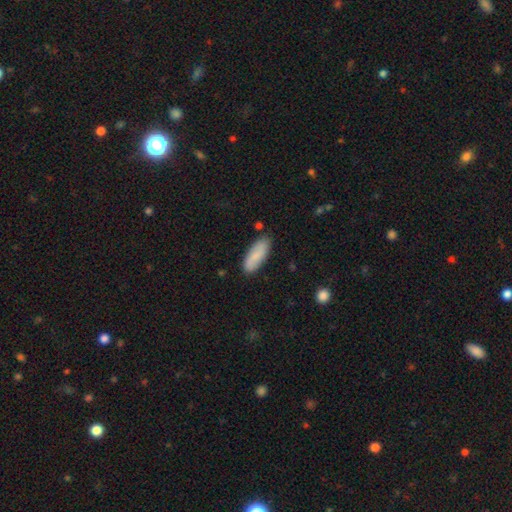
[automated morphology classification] smooth-or-featured: smooth: 82% | featured or disk: 13% | star or artifact: 6%
  how-rounded: in between: 70% | cigar-shaped: 29% | round: 2%
  merging: none: 83% | minor disturbance: 12% | major disturbance: 2% | merger: 2%